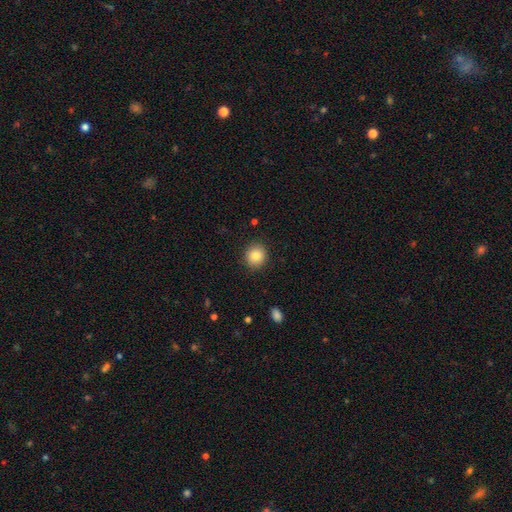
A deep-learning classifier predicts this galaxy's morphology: A smooth galaxy with no disk features (84%) that is round (86%).

Vote fractions:
- Smooth or featured? smooth: 84% / star or artifact: 9% / featured or disk: 6%
- How rounded? round: 86% / in between: 13% / cigar-shaped: 1%
- Merging? none: 90% / minor disturbance: 7% / major disturbance: 2% / merger: 1%